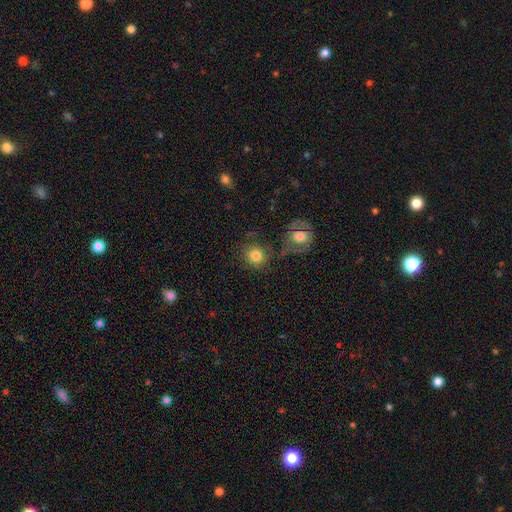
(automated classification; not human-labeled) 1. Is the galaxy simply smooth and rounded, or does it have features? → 81% smooth, 10% featured or disk, 9% star or artifact.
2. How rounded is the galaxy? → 86% round, 13% in between, 1% cigar-shaped.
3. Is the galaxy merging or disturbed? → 66% none, 15% merger, 13% minor disturbance, 6% major disturbance.